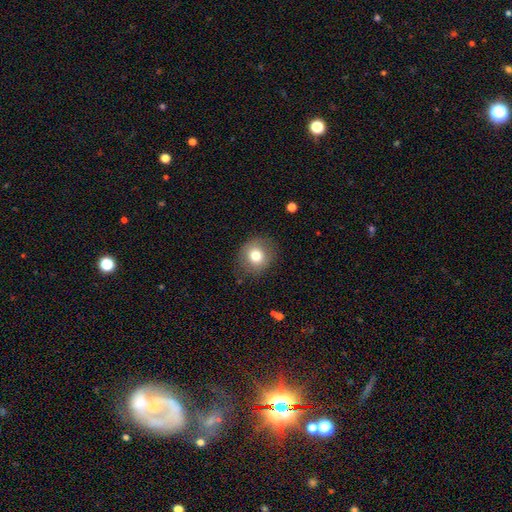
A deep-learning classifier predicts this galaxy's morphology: This is likely a smooth galaxy (78%). How rounded: clearly round (83%). Merging: clearly none (84%).